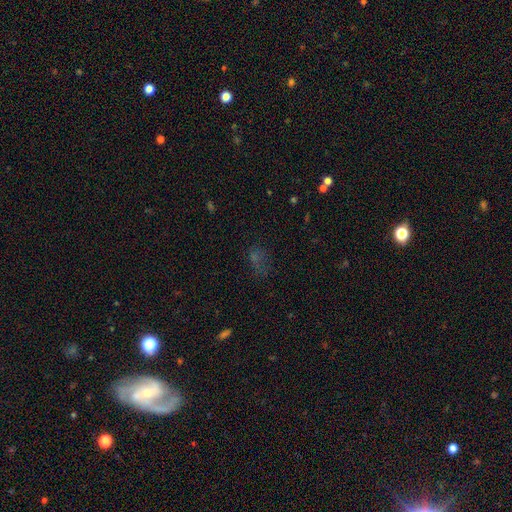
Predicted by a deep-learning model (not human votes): Smooth or featured?
  - smooth: 46% *
  - star or artifact: 38%
  - featured or disk: 15%
Merging?
  - none: 57% *
  - minor disturbance: 20%
  - major disturbance: 19%
  - merger: 4%